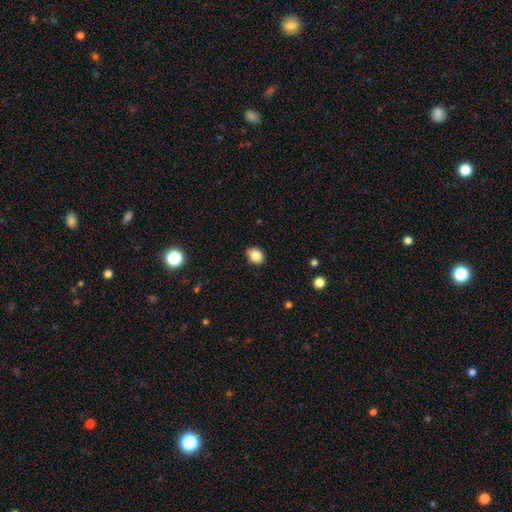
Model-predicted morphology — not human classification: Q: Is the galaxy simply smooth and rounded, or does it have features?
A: smooth — 86%.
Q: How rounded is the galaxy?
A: round — 52%.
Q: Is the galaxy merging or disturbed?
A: none — 85%.